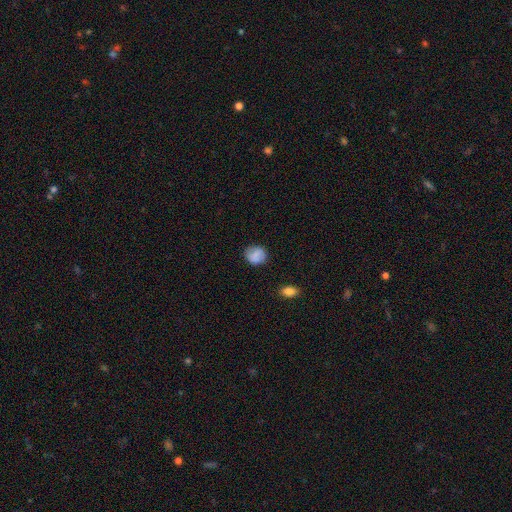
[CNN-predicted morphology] Q: Smooth or featured?
A: smooth (79%); runner-up: featured or disk (13%)
Q: How rounded?
A: round (75%); runner-up: in between (23%)
Q: Merging?
A: none (80%); runner-up: minor disturbance (14%)